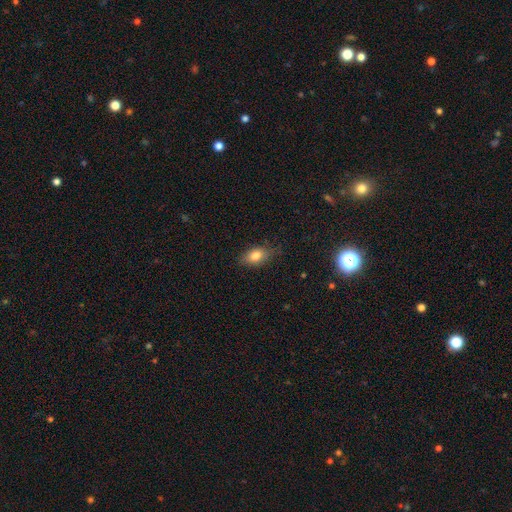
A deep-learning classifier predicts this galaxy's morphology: type=smooth (79%); roundness=in between (84%); merging=none (75%).